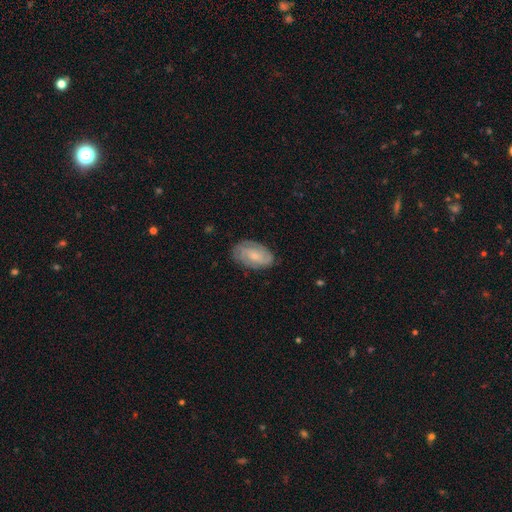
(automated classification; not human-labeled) smooth_or_featured: featured or disk (p=0.69) [alt: smooth p=0.25]
disk_edge_on: no (p=0.96) [alt: yes p=0.04]
bar: no (p=0.65) [alt: weak p=0.30]
has_spiral_arms: yes (p=0.91) [alt: no p=0.09]
spiral_winding: tight (p=0.58) [alt: medium p=0.32]
spiral_arm_count: can't tell (p=0.33) [alt: 2 p=0.28]
bulge_size: small (p=0.69) [alt: moderate p=0.24]
merging: none (p=0.78) [alt: minor disturbance p=0.17]